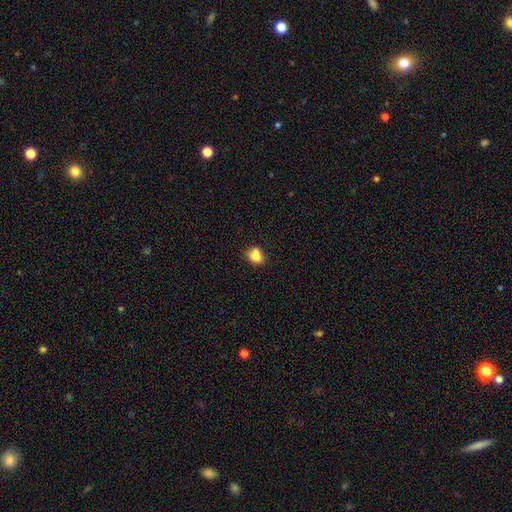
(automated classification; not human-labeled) The model was most divided on "how rounded": round: 57%, in between: 42%, cigar-shaped: 1%. More confident: smooth or featured — smooth (79%); merging — none (51%).